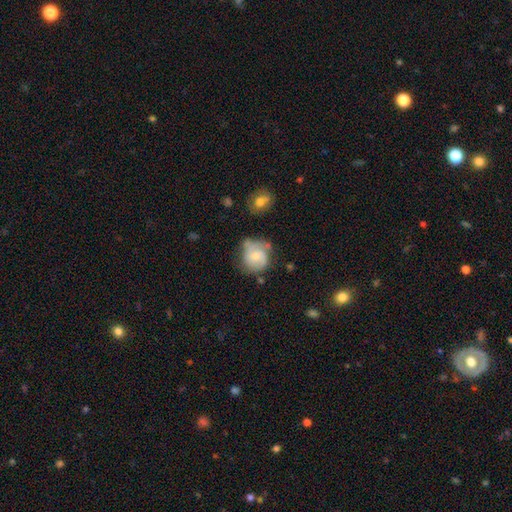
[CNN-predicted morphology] Smooth or featured?
  - featured or disk: 60% *
  - smooth: 33%
  - star or artifact: 7%
Edge-on disk?
  - no: 98% *
  - yes: 2%
Bar?
  - no: 67% *
  - weak: 28%
  - strong: 4%
Spiral arms?
  - yes: 86% *
  - no: 14%
Spiral winding?
  - tight: 44% *
  - medium: 40%
  - loose: 16%
Spiral arm count?
  - 2: 53% *
  - can't tell: 20%
  - 1: 15%
  - 3: 8%
  - 4: 2%
  - more than 4: 2%
Bulge size?
  - small: 49% *
  - moderate: 43%
  - none: 5%
  - large: 3%
  - dominant: 1%
Merging?
  - none: 49% *
  - minor disturbance: 29%
  - major disturbance: 16%
  - merger: 6%